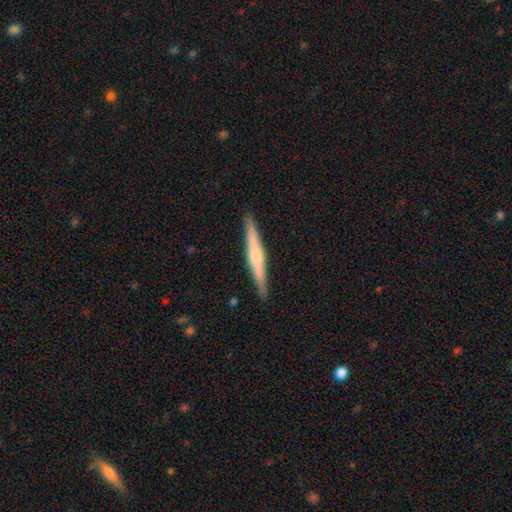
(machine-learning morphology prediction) smooth-or-featured: featured or disk: 63% | smooth: 31% | star or artifact: 5%
  disk-edge-on: yes: 97% | no: 3%
    edge-on-bulge: rounded: 74% | none: 16% | boxy: 11%
  merging: none: 91% | minor disturbance: 7% | major disturbance: 1% | merger: 1%